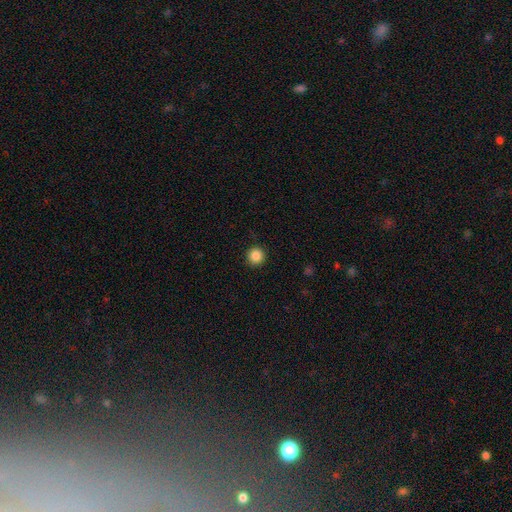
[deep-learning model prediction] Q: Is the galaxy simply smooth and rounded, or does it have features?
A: smooth — 87%.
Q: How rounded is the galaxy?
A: round — 95%.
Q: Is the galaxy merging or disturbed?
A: none — 92%.